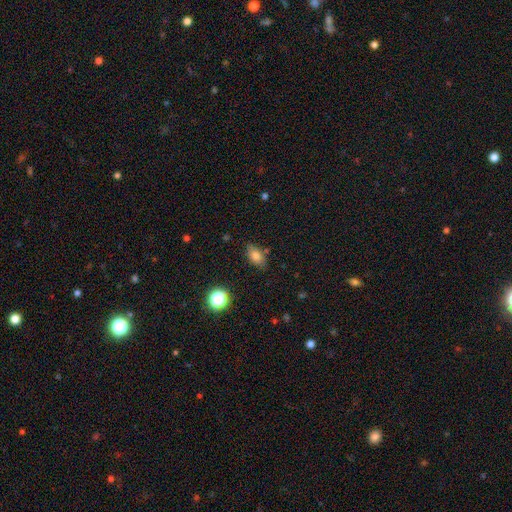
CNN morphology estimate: Smooth or featured? smooth (79%)
How rounded? in between (85%)
Merging? none (79%)